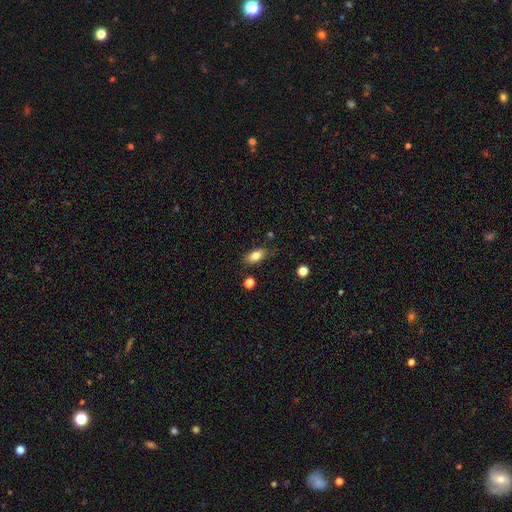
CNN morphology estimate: A smooth galaxy with no disk features (81%) that is in between round and cigar-shaped (85%).

Vote fractions:
- Smooth or featured? smooth: 81% / featured or disk: 11% / star or artifact: 8%
- How rounded? in between: 85% / cigar-shaped: 9% / round: 6%
- Merging? none: 77% / minor disturbance: 17% / major disturbance: 4% / merger: 3%